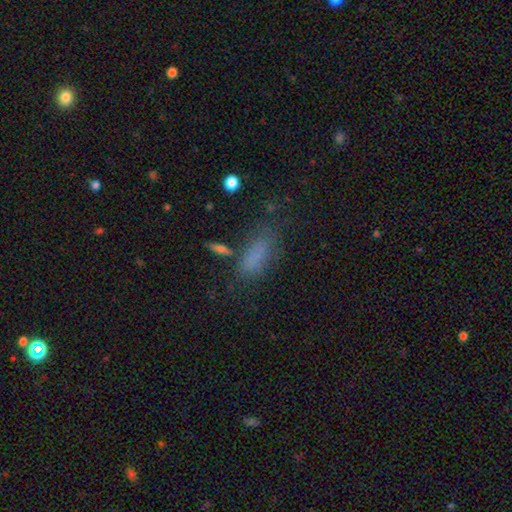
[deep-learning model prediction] Morphology: type=smooth (75%); roundness=in between (70%); merging=none (55%).